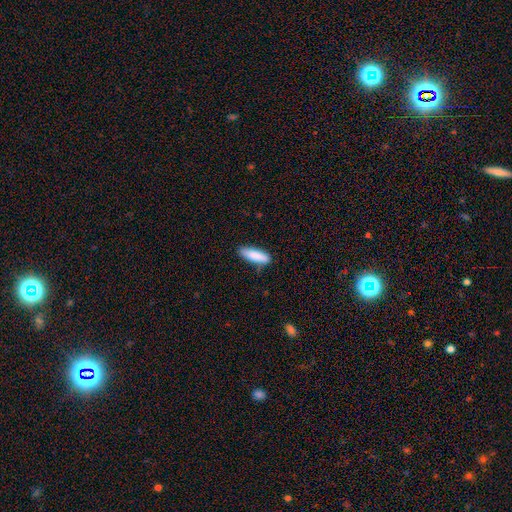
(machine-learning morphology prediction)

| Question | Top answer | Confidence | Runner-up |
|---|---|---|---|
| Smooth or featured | smooth | 87% | featured or disk (7%) |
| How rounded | cigar-shaped | 53% | in between (45%) |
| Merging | none | 81% | minor disturbance (15%) |